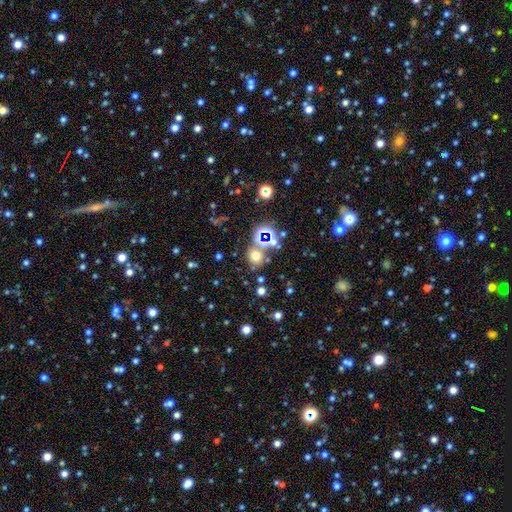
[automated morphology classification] Smooth or featured? smooth (58%)
How rounded? round (82%)
Merging? none (68%)